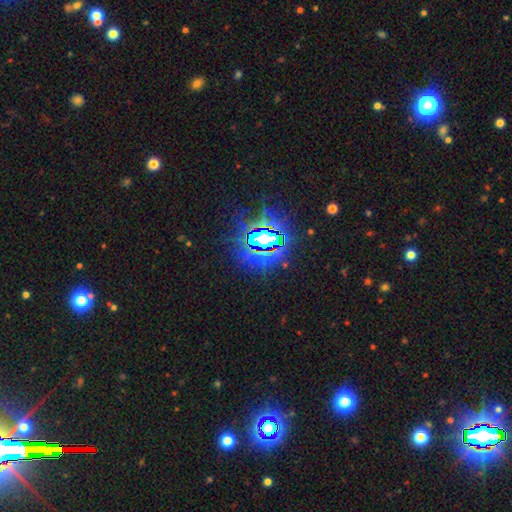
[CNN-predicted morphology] Overall: star or artifact (84%).